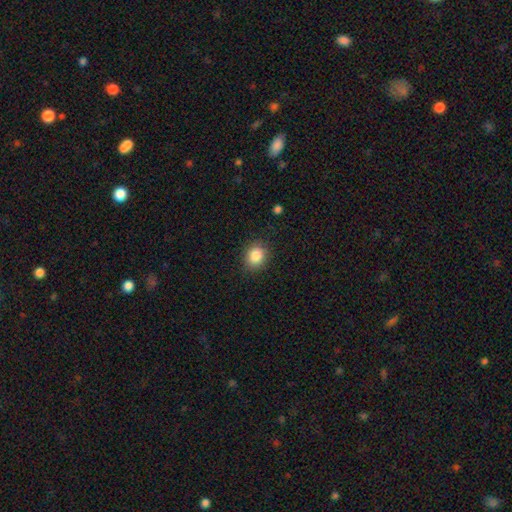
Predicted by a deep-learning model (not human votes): A smooth galaxy with no disk features (86%) that is round (68%).

Vote fractions:
- Smooth or featured? smooth: 86% / star or artifact: 10% / featured or disk: 5%
- How rounded? round: 68% / in between: 31% / cigar-shaped: 1%
- Merging? none: 87% / minor disturbance: 9% / major disturbance: 3% / merger: 1%